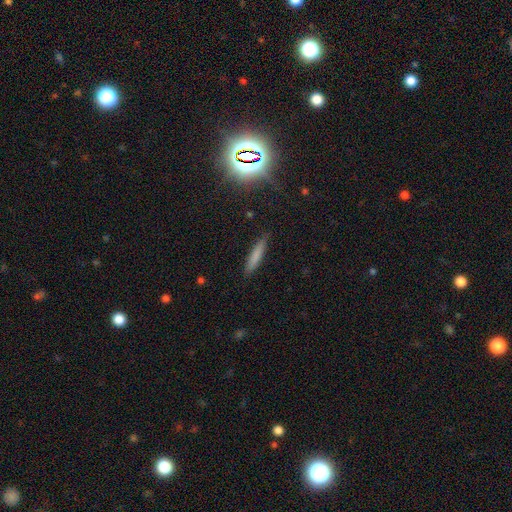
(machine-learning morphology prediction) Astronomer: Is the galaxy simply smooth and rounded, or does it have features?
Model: smooth — 76%.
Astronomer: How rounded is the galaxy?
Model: cigar-shaped — 90%.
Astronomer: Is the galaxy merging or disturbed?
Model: none — 87%.